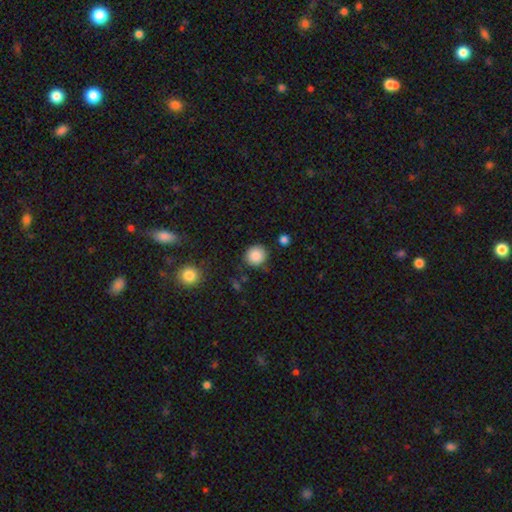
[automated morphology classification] Q: Smooth or featured?
A: smooth (88%); runner-up: star or artifact (9%)
Q: How rounded?
A: round (92%); runner-up: in between (7%)
Q: Merging?
A: none (84%); runner-up: minor disturbance (10%)